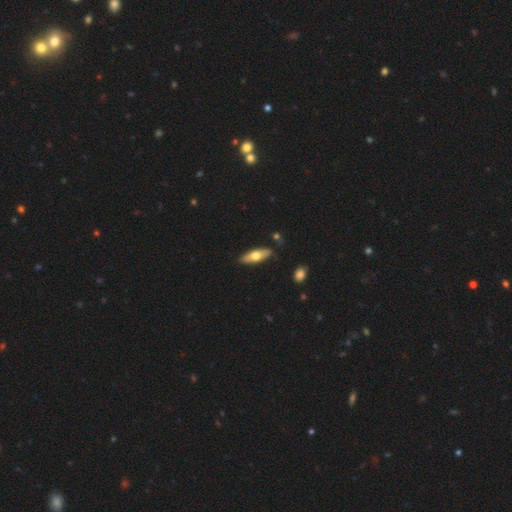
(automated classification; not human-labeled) Smooth or featured? smooth (58%)
How rounded? in between (55%)
Merging? none (85%)